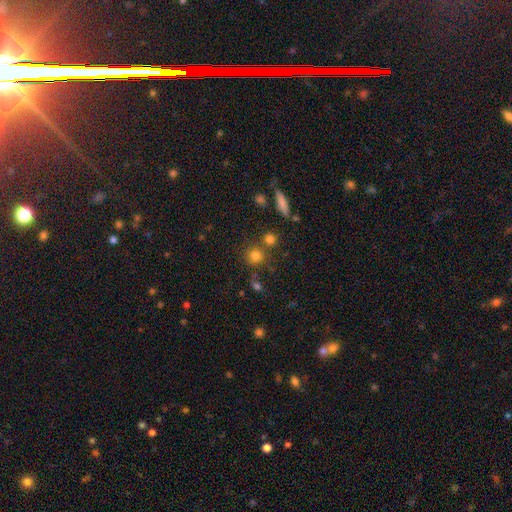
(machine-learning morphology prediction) Smooth or featured? Predicted: smooth (p=0.76). How rounded? Predicted: round (p=0.88). Merging? Predicted: none (p=0.69).